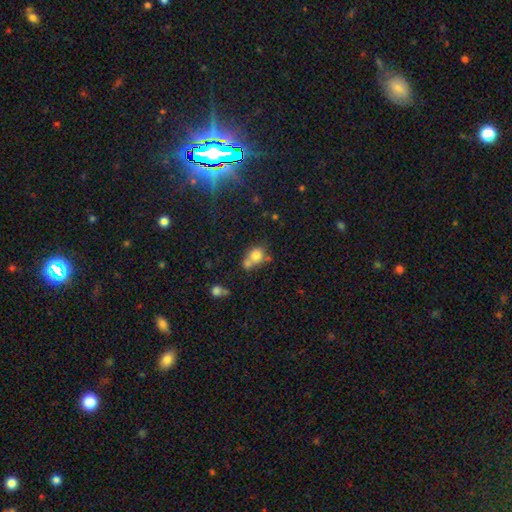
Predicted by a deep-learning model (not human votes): Smooth or featured: smooth — 76% (featured or disk — 12%)
How rounded: round — 71% (in between — 27%)
Merging: merger — 44% (none — 38%)